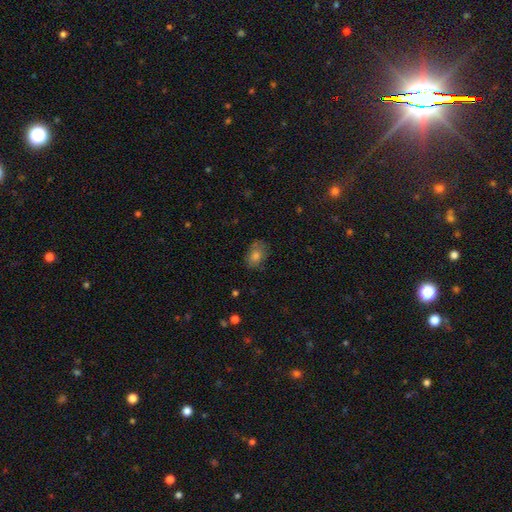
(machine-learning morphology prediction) Smooth or featured: smooth — 75% (featured or disk — 14%)
How rounded: in between — 77% (round — 21%)
Merging: none — 72% (minor disturbance — 21%)